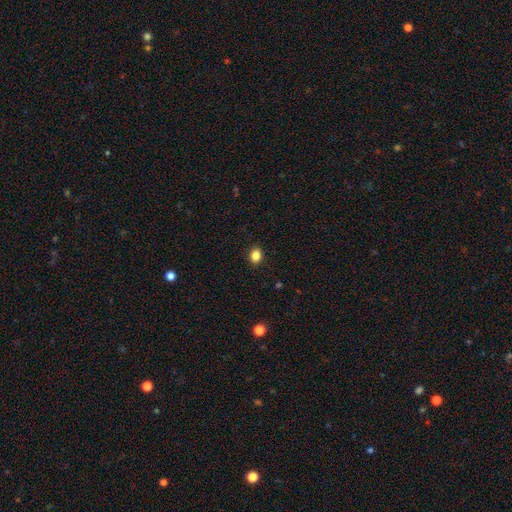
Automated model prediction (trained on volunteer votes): A smooth galaxy with no disk features (85%) that is round (51%).

Vote fractions:
- Smooth or featured? smooth: 85% / star or artifact: 11% / featured or disk: 4%
- How rounded? round: 51% / in between: 48% / cigar-shaped: 1%
- Merging? none: 90% / minor disturbance: 7% / major disturbance: 2% / merger: 1%